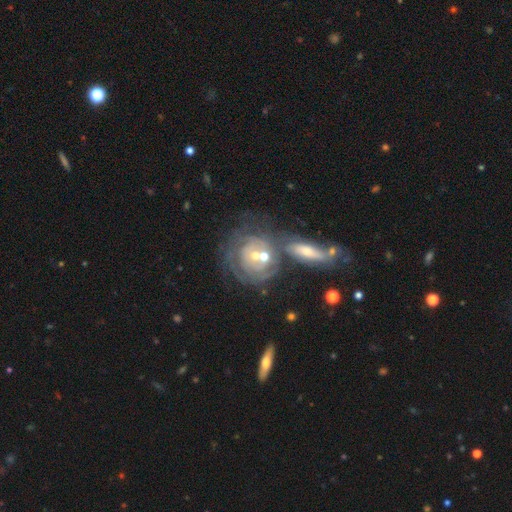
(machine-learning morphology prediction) Smooth or featured?
  - featured or disk: 74% *
  - smooth: 19%
  - star or artifact: 7%
Edge-on disk?
  - no: 94% *
  - yes: 6%
Bar?
  - no: 78% *
  - weak: 17%
  - strong: 5%
Spiral arms?
  - yes: 73% *
  - no: 27%
Spiral winding?
  - tight: 76% *
  - medium: 17%
  - loose: 7%
Spiral arm count?
  - can't tell: 59% *
  - 2: 14%
  - 3: 10%
  - 1: 6%
  - 4: 6%
  - more than 4: 5%
Bulge size?
  - small: 50% *
  - moderate: 43%
  - large: 3%
  - none: 2%
  - dominant: 1%
Merging?
  - none: 39% *
  - merger: 38%
  - minor disturbance: 14%
  - major disturbance: 10%